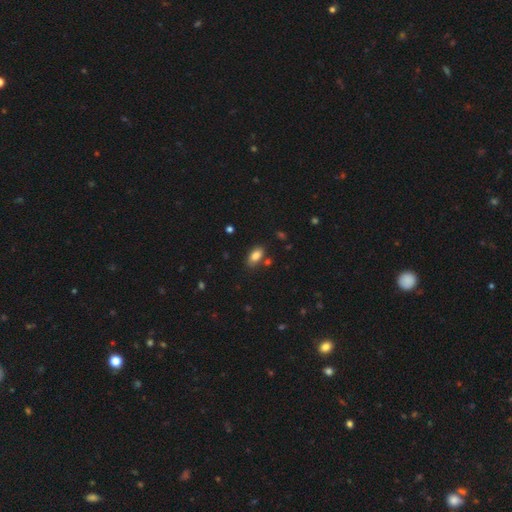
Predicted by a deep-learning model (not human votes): smooth 85%, star or artifact 9%, featured or disk 7%. Down the decision tree: how rounded — in between (91%); merging — none (78%).